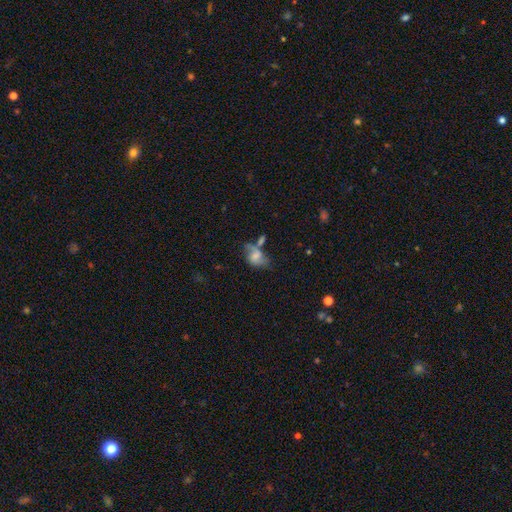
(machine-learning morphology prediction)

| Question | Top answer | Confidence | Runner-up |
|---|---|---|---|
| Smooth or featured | smooth | 53% | featured or disk (36%) |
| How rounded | in between | 81% | round (17%) |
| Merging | none | 29% | merger (28%) |